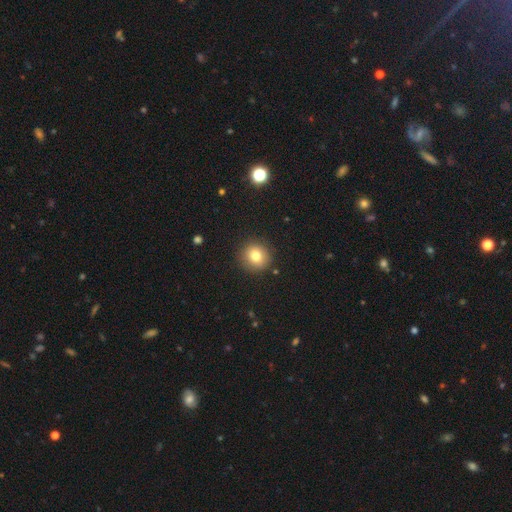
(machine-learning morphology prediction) smooth-or-featured: smooth: 79% | star or artifact: 12% | featured or disk: 9%
  how-rounded: round: 92% | in between: 8% | cigar-shaped: 1%
  merging: none: 90% | minor disturbance: 6% | major disturbance: 2% | merger: 1%